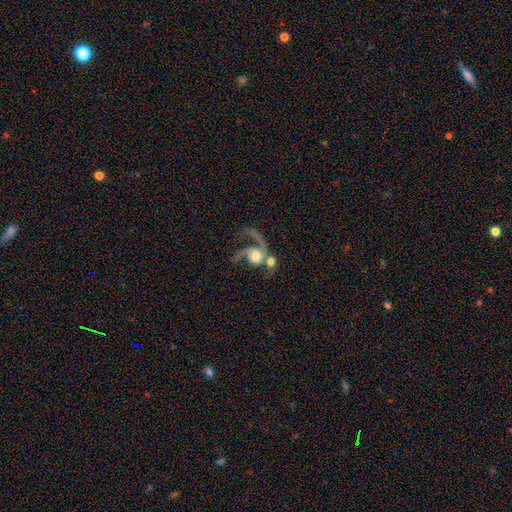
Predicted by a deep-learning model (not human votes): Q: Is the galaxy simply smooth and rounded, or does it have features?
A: featured or disk — 74%.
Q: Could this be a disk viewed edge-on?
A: no — 97%.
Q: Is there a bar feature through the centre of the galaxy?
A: no — 71%.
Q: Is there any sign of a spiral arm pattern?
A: yes — 91%.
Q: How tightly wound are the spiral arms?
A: loose — 64%.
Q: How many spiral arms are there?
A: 2 — 49%.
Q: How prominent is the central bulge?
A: moderate — 48%.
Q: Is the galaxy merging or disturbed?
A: merger — 39%.